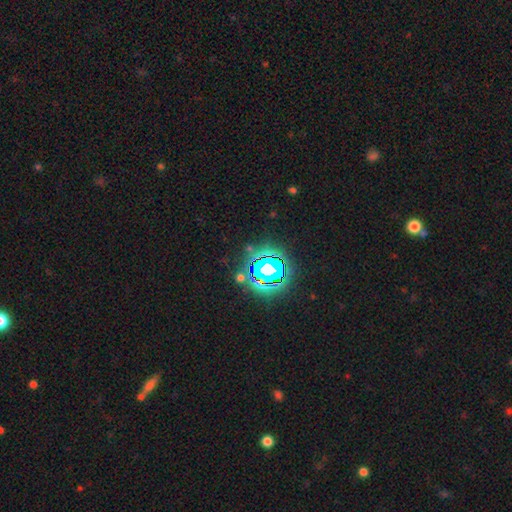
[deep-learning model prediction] This is clearly a star or artifact rather than a galaxy (84%).